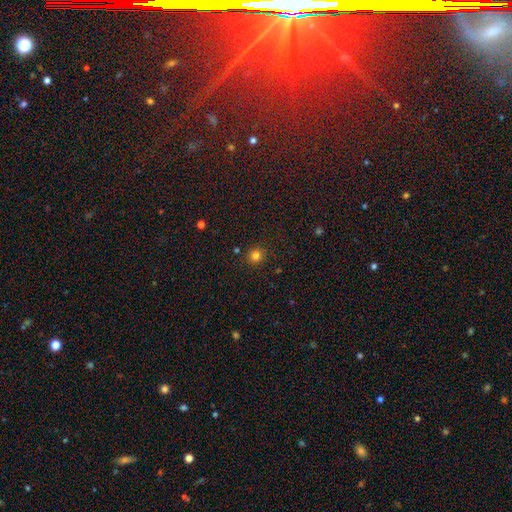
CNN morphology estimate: Smooth or featured: smooth — 81% (star or artifact — 15%)
How rounded: round — 88% (in between — 11%)
Merging: none — 89% (minor disturbance — 7%)